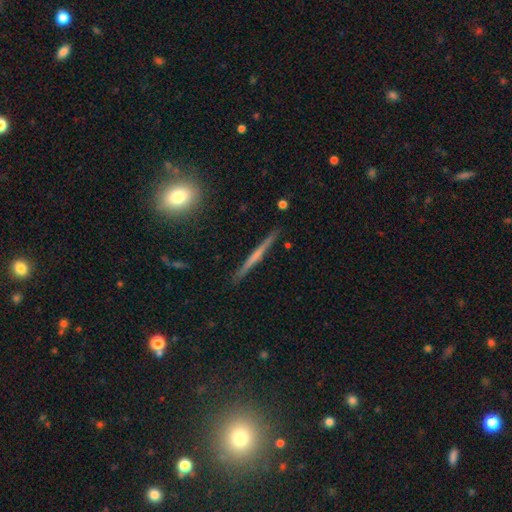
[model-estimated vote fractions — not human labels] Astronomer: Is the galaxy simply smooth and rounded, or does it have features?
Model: featured or disk — 59%.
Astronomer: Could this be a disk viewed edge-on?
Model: yes — 98%.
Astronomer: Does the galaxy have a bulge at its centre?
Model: none — 71%.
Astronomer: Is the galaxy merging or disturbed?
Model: none — 91%.